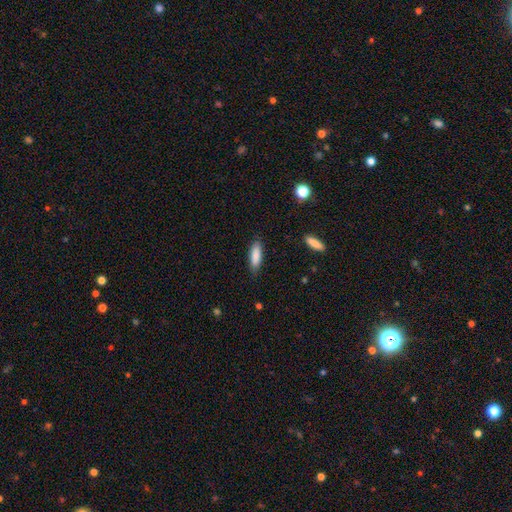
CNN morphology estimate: The model was most divided on "how rounded": cigar-shaped: 50%, in between: 49%, round: 1%. More confident: smooth or featured — smooth (87%); merging — none (84%).